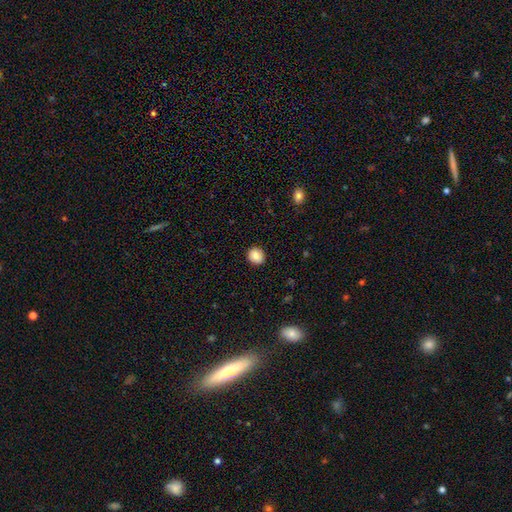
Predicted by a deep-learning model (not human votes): A smooth galaxy with no disk features (83%) that is round (86%). Merging: none (90%).